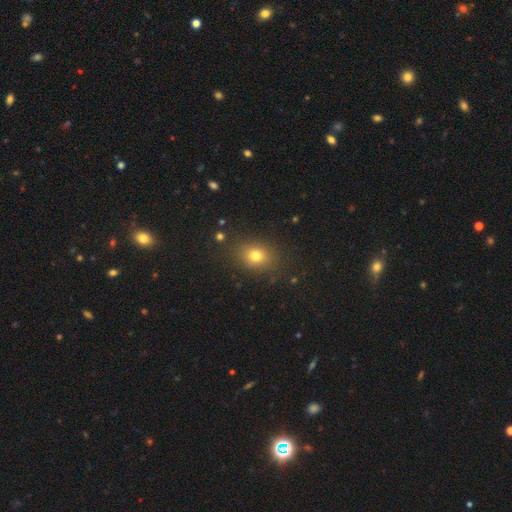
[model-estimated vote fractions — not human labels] A smooth galaxy with no disk features (76%) that is round (53%). Merging: none (83%).